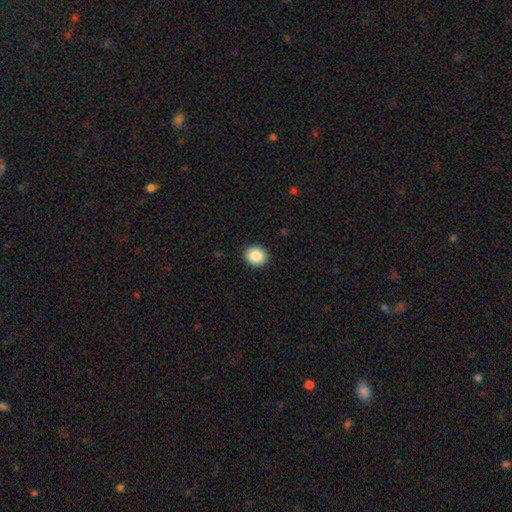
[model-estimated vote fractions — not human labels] Smooth or featured? Predicted: smooth (p=0.87). How rounded? Predicted: round (p=0.70). Merging? Predicted: none (p=0.91).